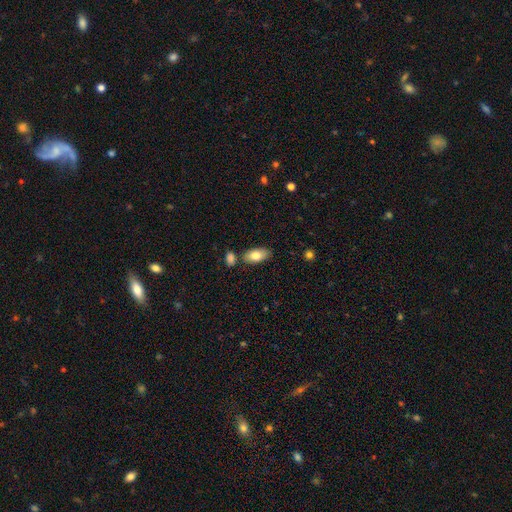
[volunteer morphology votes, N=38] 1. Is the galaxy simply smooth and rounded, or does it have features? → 84% smooth, 8% featured or disk, 8% star or artifact.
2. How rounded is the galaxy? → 91% in between, 6% cigar-shaped, 3% round.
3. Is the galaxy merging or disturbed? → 83% none, 17% minor disturbance, 0% major disturbance, 0% merger.